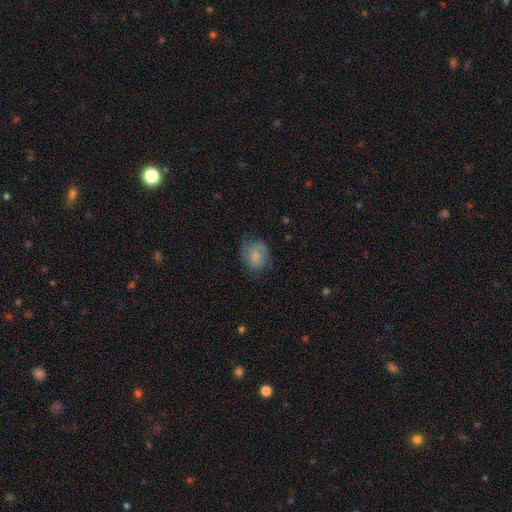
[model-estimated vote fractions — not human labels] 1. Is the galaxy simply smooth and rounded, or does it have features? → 72% smooth, 20% featured or disk, 9% star or artifact.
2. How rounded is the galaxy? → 55% round, 44% in between, 1% cigar-shaped.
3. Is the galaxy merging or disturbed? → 59% none, 27% minor disturbance, 12% major disturbance, 2% merger.